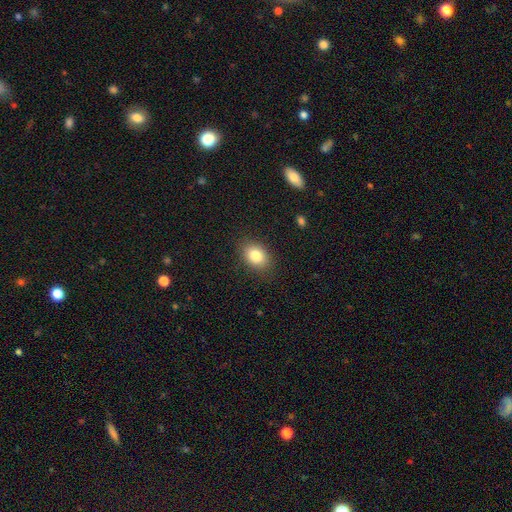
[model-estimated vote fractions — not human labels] Overall: smooth (83%). How rounded: in between (75%). Merging: none (86%).